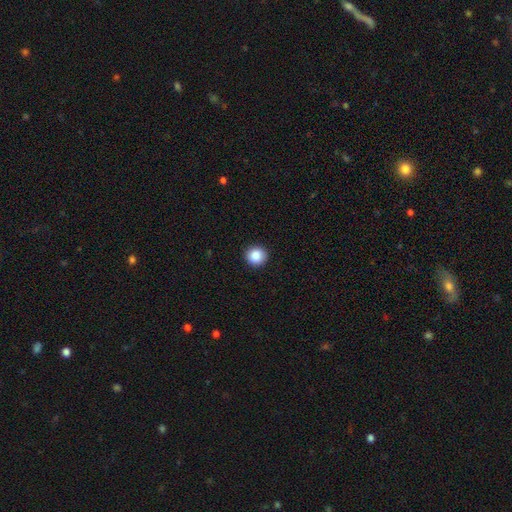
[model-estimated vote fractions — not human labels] Smooth or featured?
  - smooth: 87% *
  - star or artifact: 9%
  - featured or disk: 4%
How rounded?
  - round: 93% *
  - in between: 6%
  - cigar-shaped: 1%
Merging?
  - none: 92% *
  - minor disturbance: 5%
  - major disturbance: 2%
  - merger: 1%